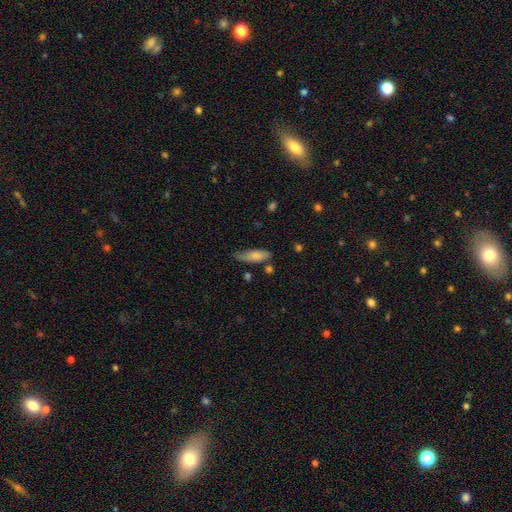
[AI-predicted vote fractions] Q: Smooth or featured?
A: smooth (77%); runner-up: featured or disk (17%)
Q: How rounded?
A: in between (51%); runner-up: cigar-shaped (47%)
Q: Merging?
A: none (65%); runner-up: minor disturbance (25%)